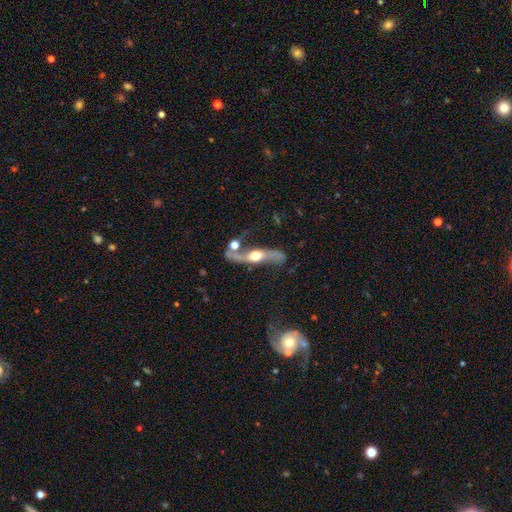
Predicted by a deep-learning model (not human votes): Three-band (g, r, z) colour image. It shows a featured or disk galaxy (79%). Merging: none (51%).